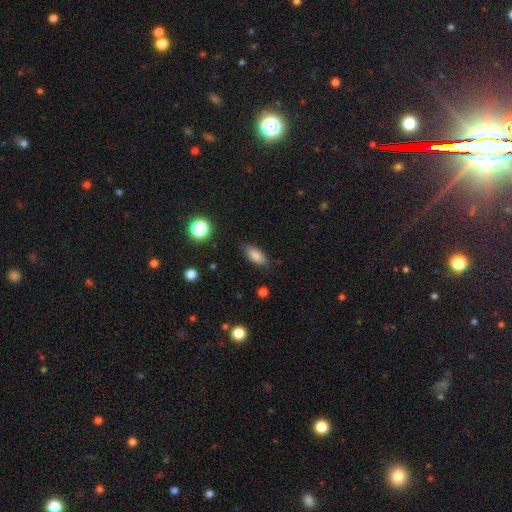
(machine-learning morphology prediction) Q: Smooth or featured?
A: smooth (84%); runner-up: star or artifact (9%)
Q: How rounded?
A: in between (86%); runner-up: cigar-shaped (10%)
Q: Merging?
A: none (82%); runner-up: minor disturbance (13%)